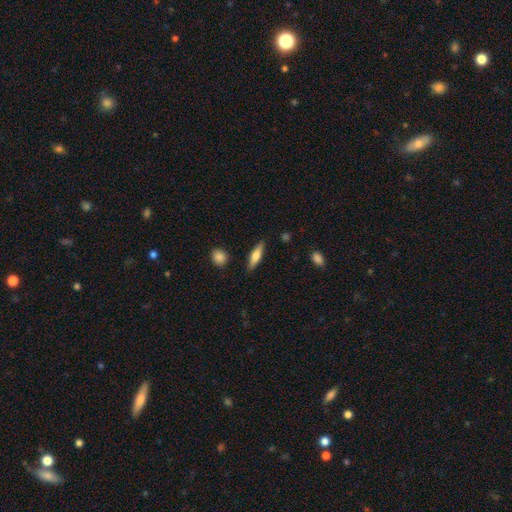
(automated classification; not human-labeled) A smooth galaxy with no disk features (58%) that is cigar-shaped (60%).

Vote fractions:
- Smooth or featured? smooth: 58% / featured or disk: 36% / star or artifact: 6%
- How rounded? cigar-shaped: 60% / in between: 37% / round: 3%
- Merging? none: 86% / minor disturbance: 10% / major disturbance: 2% / merger: 2%